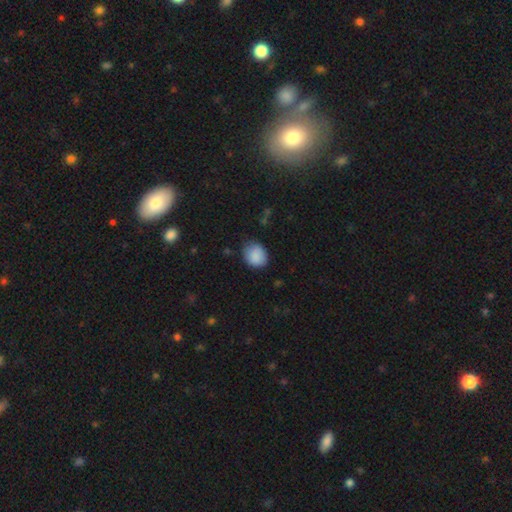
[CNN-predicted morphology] smooth 87%, star or artifact 8%, featured or disk 5%. Down the decision tree: how rounded — round (65%); merging — none (76%).